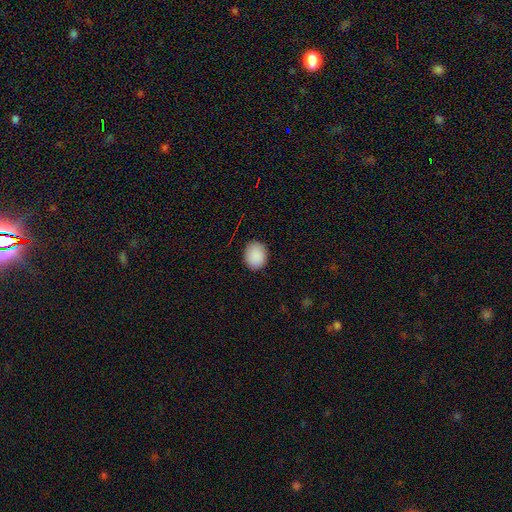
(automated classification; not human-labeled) Smooth or featured? smooth (89%)
How rounded? round (60%)
Merging? none (88%)